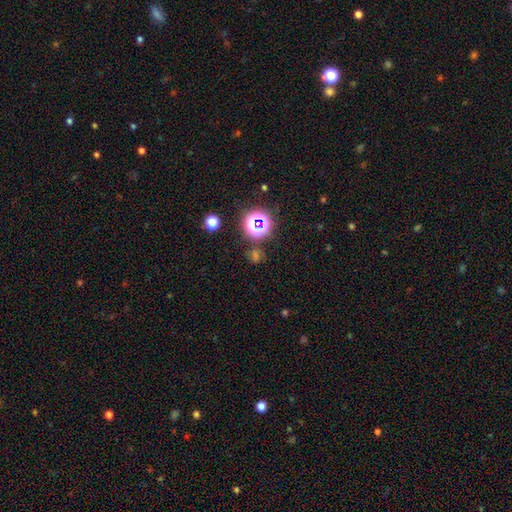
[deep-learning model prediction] Smooth or featured?
  - star or artifact: 61% *
  - smooth: 31%
  - featured or disk: 8%